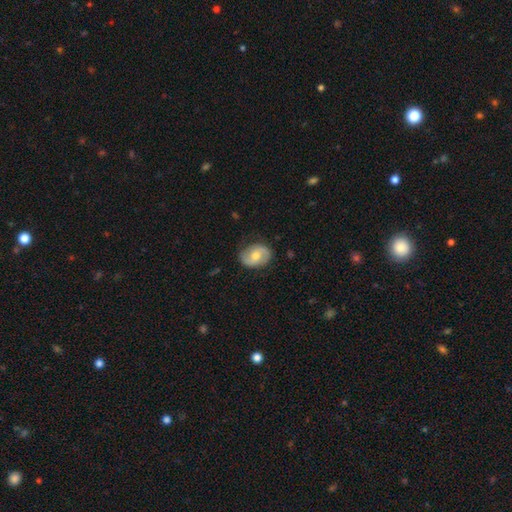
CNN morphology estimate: Smooth or featured? featured or disk (57%)
Edge-on disk? no (97%)
Bar? no (49%)
Spiral arms? yes (83%)
Bulge size? moderate (68%)
Merging? none (81%)